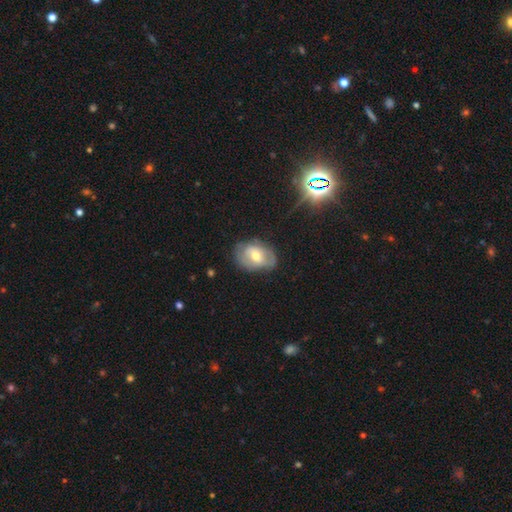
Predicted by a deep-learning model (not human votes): Morphology: type=featured or disk (50%); edge-on=no (93%); merging=none (65%).